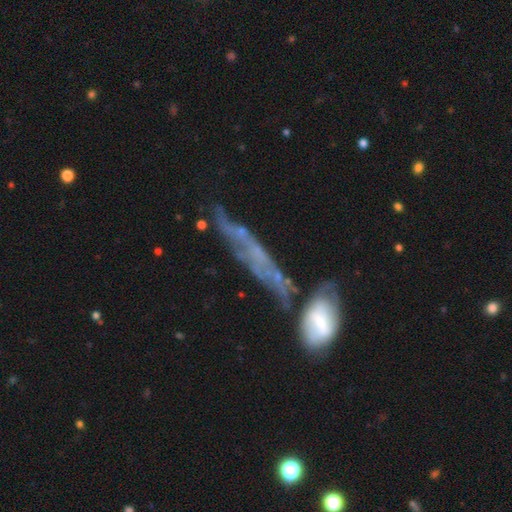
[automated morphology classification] A featured or disk galaxy (59%).

Vote fractions:
- Smooth or featured? featured or disk: 59% / smooth: 27% / star or artifact: 13%
- Edge-on disk? no: 57% / yes: 43%
- Merging? none: 38% / merger: 26% / minor disturbance: 19% / major disturbance: 17%